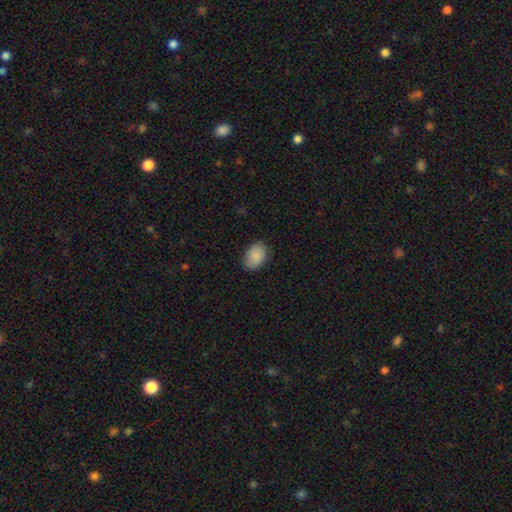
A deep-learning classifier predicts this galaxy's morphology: smooth_or_featured: smooth (p=0.88) [alt: star or artifact p=0.07]
how_rounded: in between (p=0.87) [alt: round p=0.12]
merging: none (p=0.84) [alt: minor disturbance p=0.12]